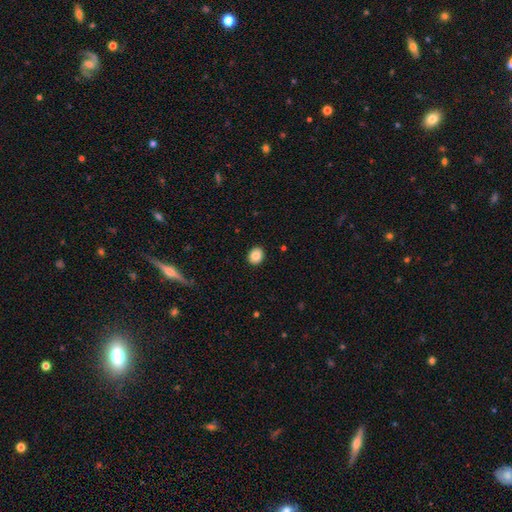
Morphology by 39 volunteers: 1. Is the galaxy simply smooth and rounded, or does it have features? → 79% smooth, 10% featured or disk, 10% star or artifact.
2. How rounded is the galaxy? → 68% round, 32% in between, 0% cigar-shaped.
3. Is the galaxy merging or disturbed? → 91% none, 3% minor disturbance, 3% major disturbance, 3% merger.